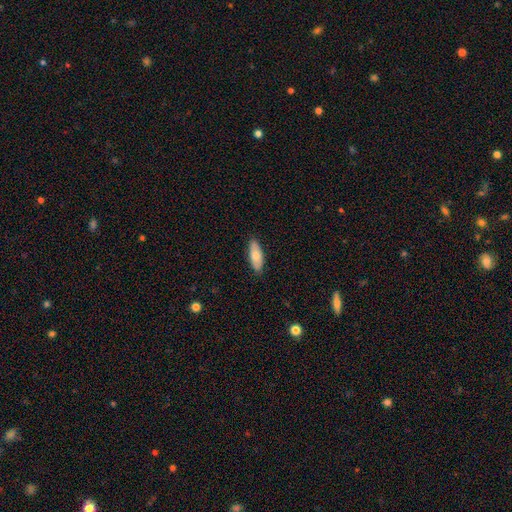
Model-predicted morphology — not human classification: type=smooth (72%); roundness=in between (73%); merging=none (87%).